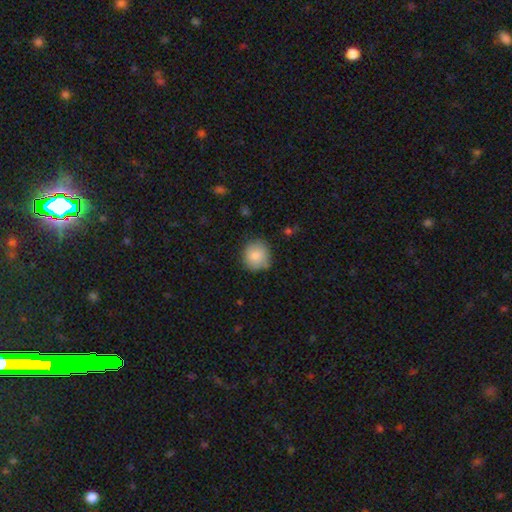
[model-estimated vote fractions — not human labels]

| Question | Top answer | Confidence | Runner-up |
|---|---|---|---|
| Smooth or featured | smooth | 85% | featured or disk (8%) |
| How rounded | round | 89% | in between (11%) |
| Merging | none | 76% | minor disturbance (18%) |